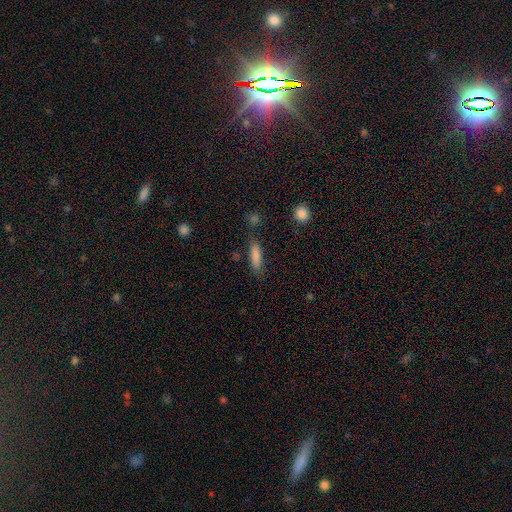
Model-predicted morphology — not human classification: This appears to be a smooth galaxy with no disk features (84%) that is cigar-shaped (70%). Merging: none (78%).